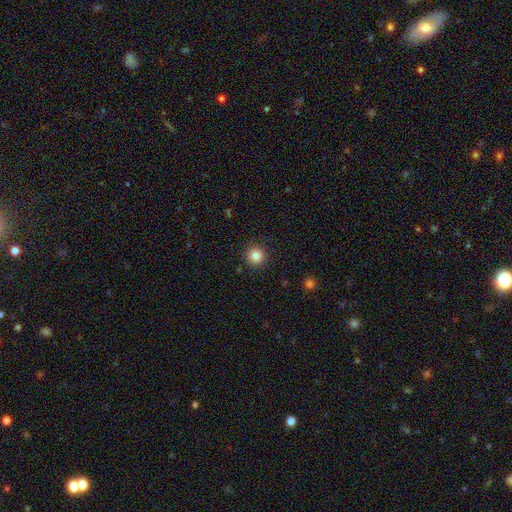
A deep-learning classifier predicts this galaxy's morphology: Smooth or featured? smooth (85%)
How rounded? round (95%)
Merging? none (92%)